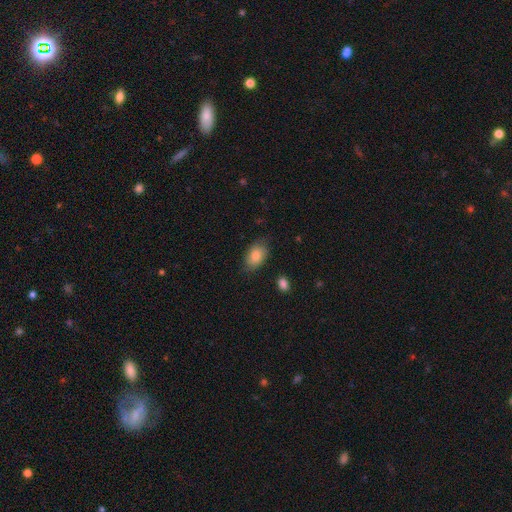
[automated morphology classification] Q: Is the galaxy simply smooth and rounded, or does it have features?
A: smooth — 77%.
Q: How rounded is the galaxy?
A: in between — 88%.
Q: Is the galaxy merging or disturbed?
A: none — 74%.